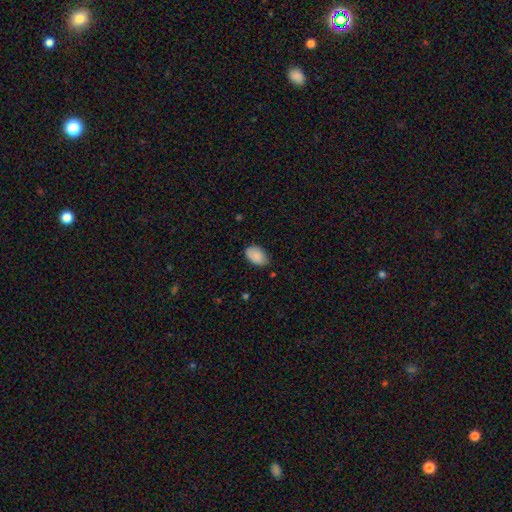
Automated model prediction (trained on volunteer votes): A smooth galaxy with no disk features (88%) that is in between round and cigar-shaped (90%). Merging: none (73%).